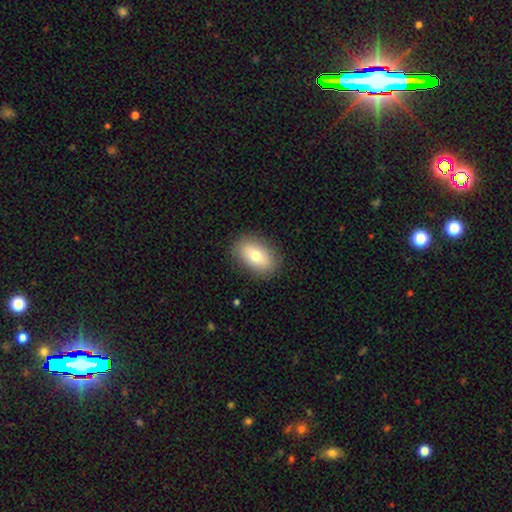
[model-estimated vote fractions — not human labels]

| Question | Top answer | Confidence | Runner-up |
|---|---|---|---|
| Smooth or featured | smooth | 75% | featured or disk (17%) |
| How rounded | in between | 89% | round (9%) |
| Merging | none | 87% | minor disturbance (9%) |